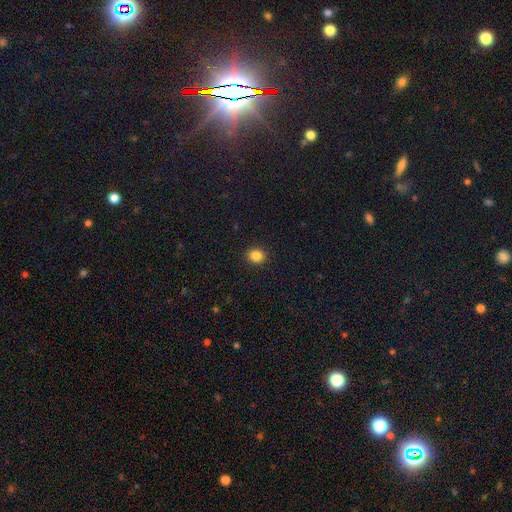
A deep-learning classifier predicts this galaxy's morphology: This appears to be a smooth galaxy with no disk features (85%) that is round (78%). Merging: none (92%).